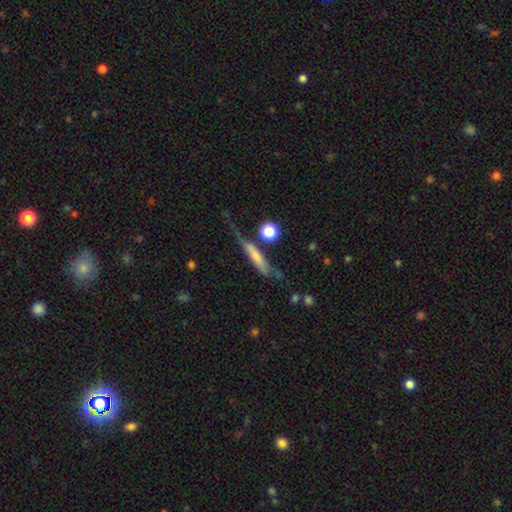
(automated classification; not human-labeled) Overall: smooth (57%; featured or disk 35%). How rounded: cigar-shaped (79%). Merging: none (43%; minor disturbance 25%).